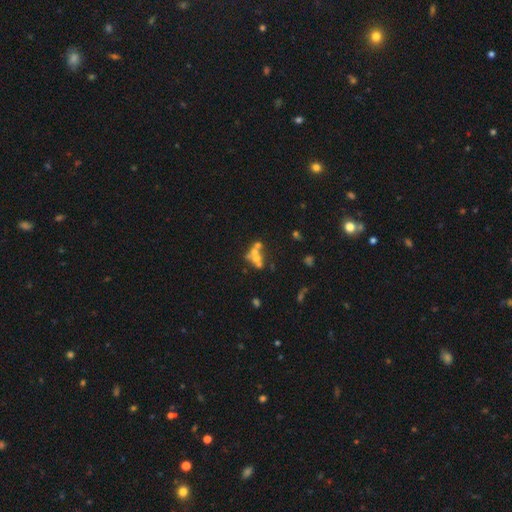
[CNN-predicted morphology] Smooth or featured: featured or disk — 41% (smooth — 37%)
Merging: merger — 54% (none — 30%)